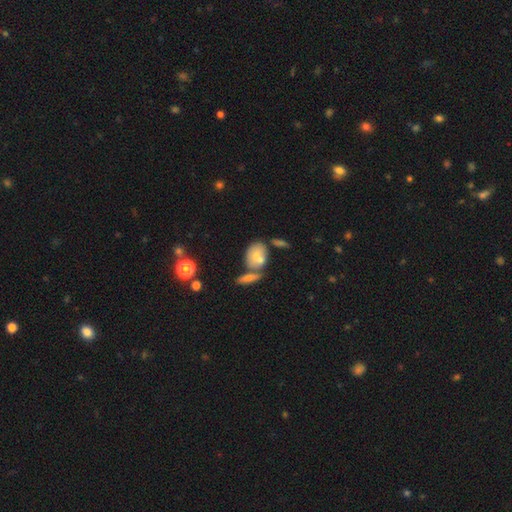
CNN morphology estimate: smooth-or-featured: smooth: 58% | featured or disk: 30% | star or artifact: 13%
  how-rounded: in between: 64% | round: 32% | cigar-shaped: 4%
  merging: none: 45% | merger: 34% | minor disturbance: 14% | major disturbance: 6%